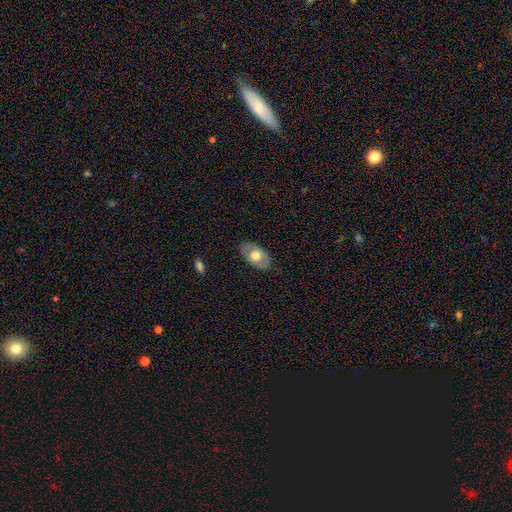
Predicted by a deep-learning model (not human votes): smooth 55%, featured or disk 40%, star or artifact 6%. Down the decision tree: how rounded — in between (89%); merging — none (82%).